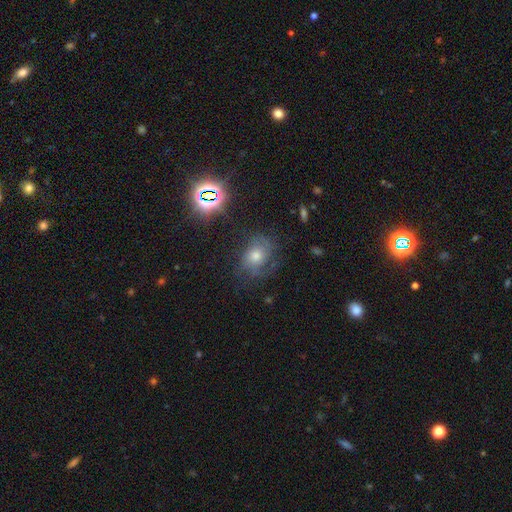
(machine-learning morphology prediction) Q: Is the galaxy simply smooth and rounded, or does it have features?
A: featured or disk — 45%.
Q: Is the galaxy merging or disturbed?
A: none — 62%.